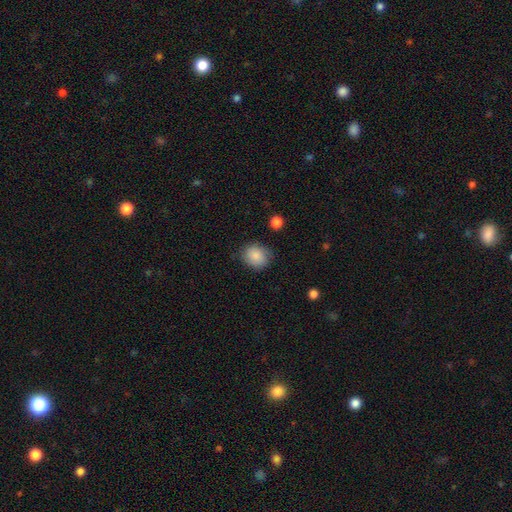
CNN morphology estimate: A smooth galaxy with no disk features (86%) that is round (65%).

Vote fractions:
- Smooth or featured? smooth: 86% / star or artifact: 8% / featured or disk: 6%
- How rounded? round: 65% / in between: 34% / cigar-shaped: 1%
- Merging? none: 79% / minor disturbance: 16% / major disturbance: 4% / merger: 1%